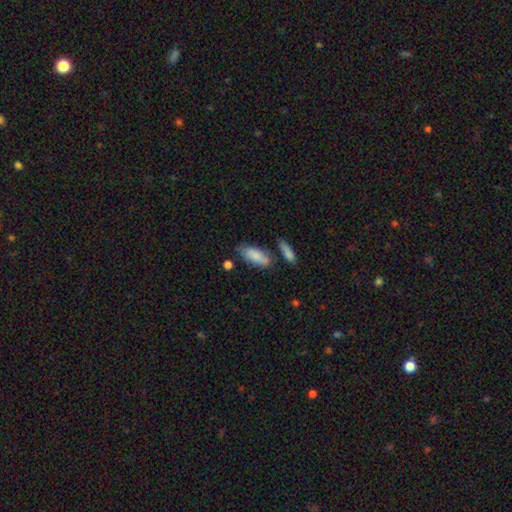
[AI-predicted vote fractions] This appears to be a smooth galaxy with no disk features (81%) that is in between round and cigar-shaped (83%). Merging: none (61%).